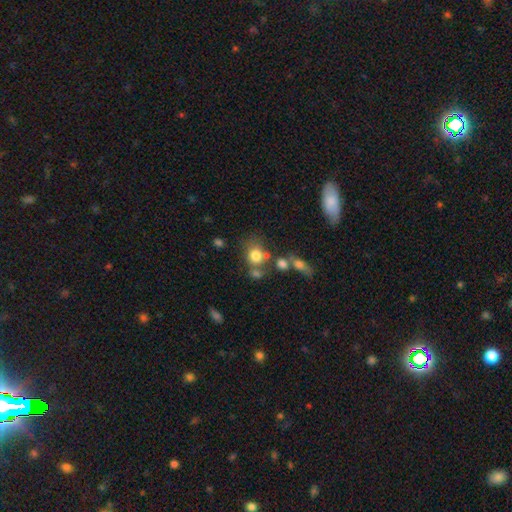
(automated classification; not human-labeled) Smooth or featured: smooth — 76% (star or artifact — 12%)
How rounded: round — 70% (in between — 29%)
Merging: none — 50% (merger — 28%)